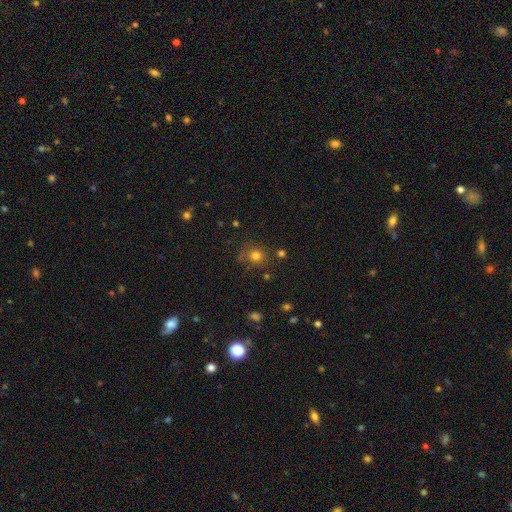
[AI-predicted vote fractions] A smooth galaxy with no disk features (76%) that is round (85%).

Vote fractions:
- Smooth or featured? smooth: 76% / star or artifact: 16% / featured or disk: 7%
- How rounded? round: 85% / in between: 14% / cigar-shaped: 1%
- Merging? none: 74% / minor disturbance: 14% / major disturbance: 6% / merger: 6%